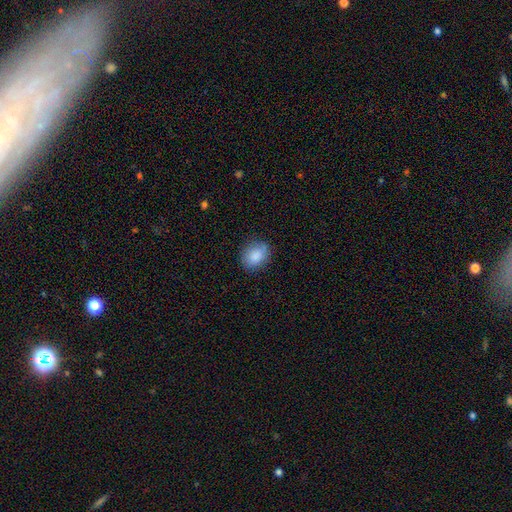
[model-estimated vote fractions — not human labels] Morphology: type=smooth (86%); roundness=in between (50%); merging=none (81%).